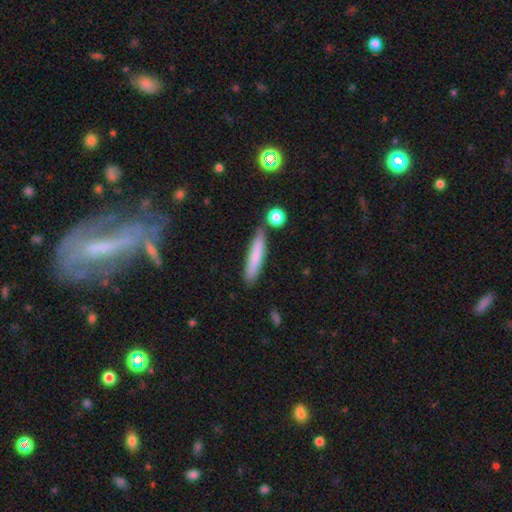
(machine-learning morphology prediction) This is likely a smooth galaxy (75%). How rounded: clearly cigar-shaped (89%). Merging: likely none (77%).